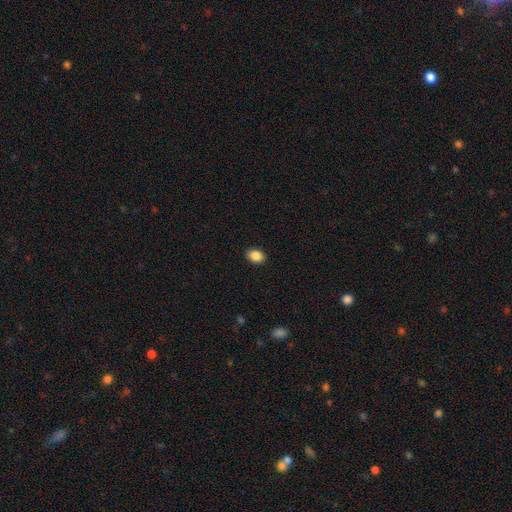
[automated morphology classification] The model was most divided on "how rounded": in between: 75%, round: 24%, cigar-shaped: 1%. More confident: merging — none (90%); smooth or featured — smooth (88%).